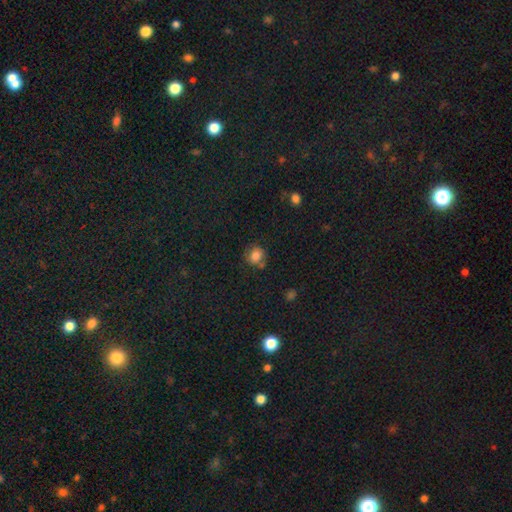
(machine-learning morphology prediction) Smooth or featured: smooth — 79% (star or artifact — 12%)
How rounded: round — 76% (in between — 23%)
Merging: none — 64% (minor disturbance — 19%)